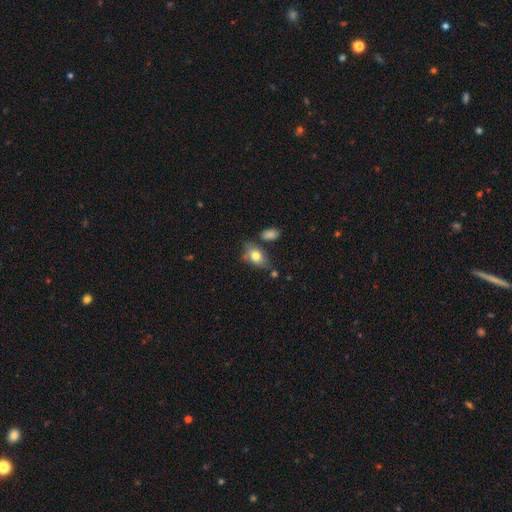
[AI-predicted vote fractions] smooth 77%, featured or disk 16%, star or artifact 7%. Down the decision tree: how rounded — in between (87%); merging — none (62%).